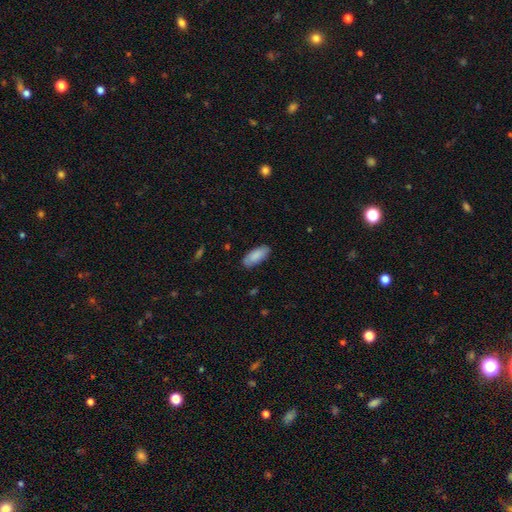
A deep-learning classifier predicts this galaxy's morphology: This is clearly a smooth galaxy (86%). How rounded: clearly in between (86%). Merging: clearly none (84%).